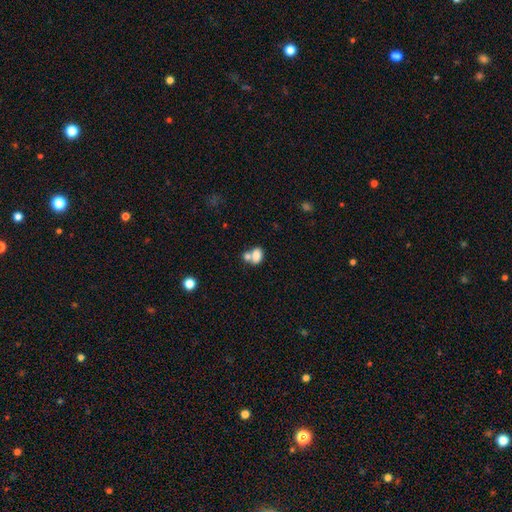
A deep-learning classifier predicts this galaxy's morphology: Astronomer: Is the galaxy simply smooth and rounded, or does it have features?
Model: smooth — 78%.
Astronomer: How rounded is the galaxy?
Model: in between — 80%.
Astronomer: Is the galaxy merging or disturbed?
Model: merger — 55% (runner-up: none, 32%).